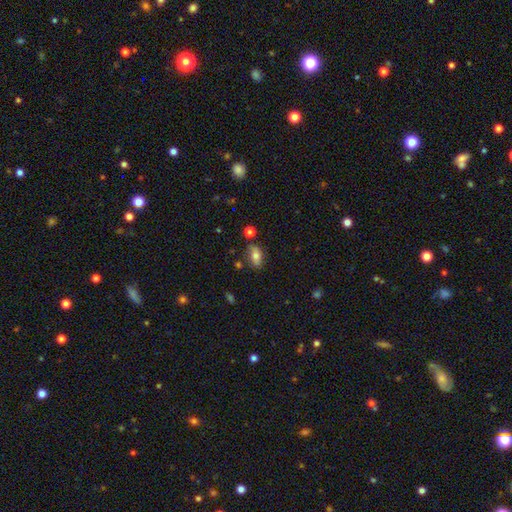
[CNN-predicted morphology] This appears to be a smooth galaxy with no disk features (73%) that is in between round and cigar-shaped (87%). Merging: none (77%).